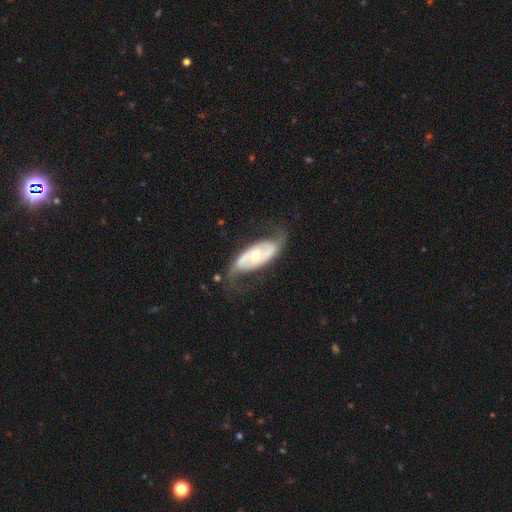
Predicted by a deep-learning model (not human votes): Smooth or featured? Predicted: featured or disk (p=0.78). Edge-on disk? Predicted: no (p=0.91). Bar? Predicted: no (p=0.60). Spiral arms? Predicted: yes (p=0.77). Spiral winding? Predicted: loose (p=0.49). Spiral arm count? Predicted: 2 (p=0.86). Bulge size? Predicted: moderate (p=0.73). Merging? Predicted: none (p=0.64).